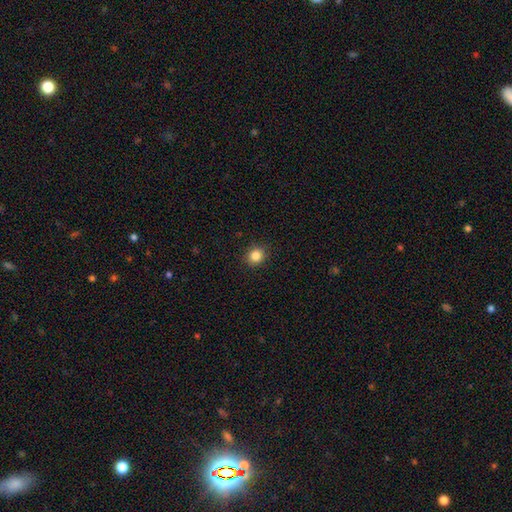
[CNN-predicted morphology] smooth-or-featured: smooth: 85% | star or artifact: 11% | featured or disk: 4%
  how-rounded: round: 83% | in between: 16% | cigar-shaped: 1%
  merging: none: 91% | minor disturbance: 6% | major disturbance: 2% | merger: 1%